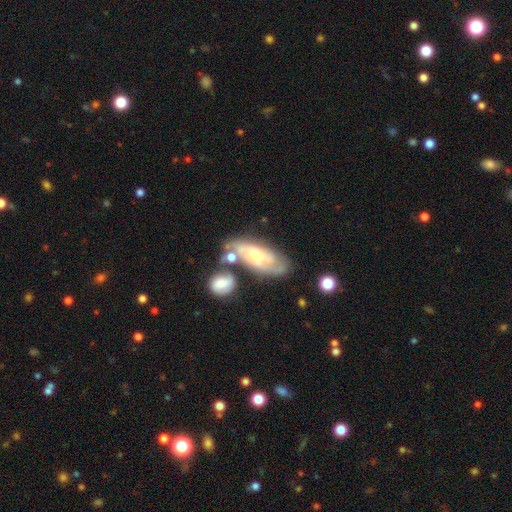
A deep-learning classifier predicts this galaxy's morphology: The model was most divided on "bulge size": small: 45%, moderate: 43%, large: 6%, none: 4%, dominant: 1%. Remaining: edge-on disk — no (89%); spiral arms — yes (87%); smooth or featured — featured or disk (67%); bar — no (62%); merging — none (52%); spiral winding — tight (44%); spiral arm count — 2 (40%).